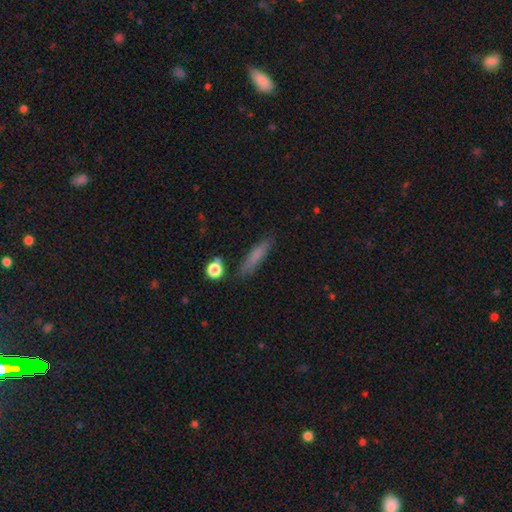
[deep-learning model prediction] This is likely a smooth galaxy (71%). How rounded: clearly cigar-shaped (84%). Merging: clearly none (84%).